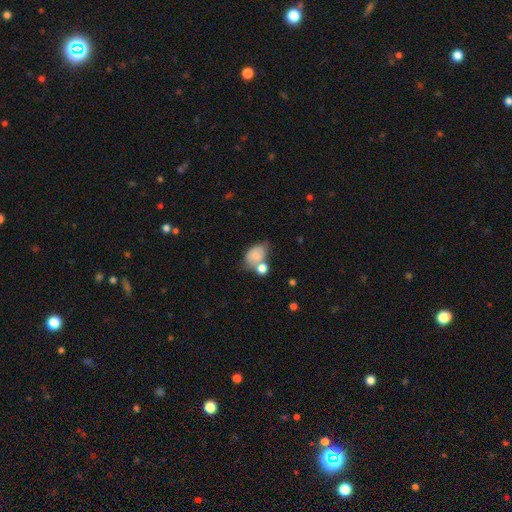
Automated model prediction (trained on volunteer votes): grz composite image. It shows a smooth galaxy with no disk features (73%) that is in between round and cigar-shaped (71%). Merging: merger (37%).